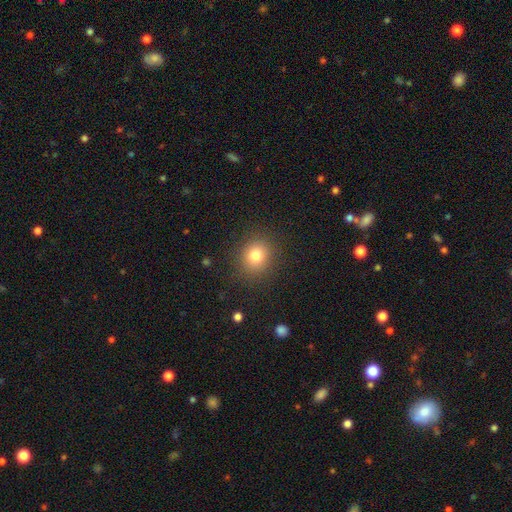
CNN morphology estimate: smooth-or-featured: smooth: 79% | star or artifact: 13% | featured or disk: 8%
  how-rounded: round: 76% | in between: 23% | cigar-shaped: 1%
  merging: none: 87% | minor disturbance: 8% | major disturbance: 3% | merger: 1%